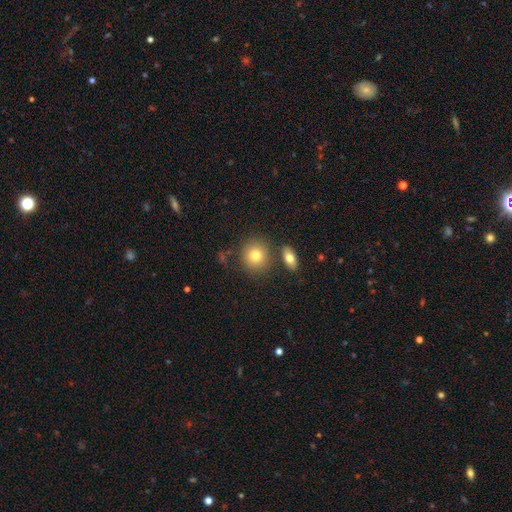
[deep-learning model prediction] A smooth galaxy with no disk features (79%) that is round (83%).

Vote fractions:
- Smooth or featured? smooth: 79% / featured or disk: 11% / star or artifact: 10%
- How rounded? round: 83% / in between: 16% / cigar-shaped: 1%
- Merging? none: 75% / merger: 12% / minor disturbance: 10% / major disturbance: 3%